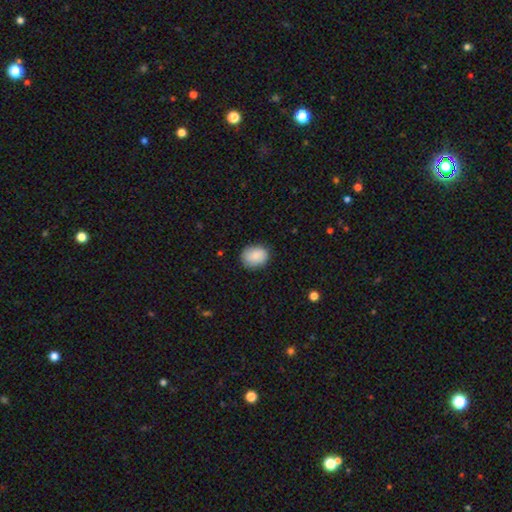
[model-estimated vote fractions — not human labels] smooth-or-featured: smooth: 88% | star or artifact: 7% | featured or disk: 5%
  how-rounded: round: 57% | in between: 43% | cigar-shaped: 1%
  merging: none: 84% | minor disturbance: 12% | major disturbance: 3% | merger: 1%